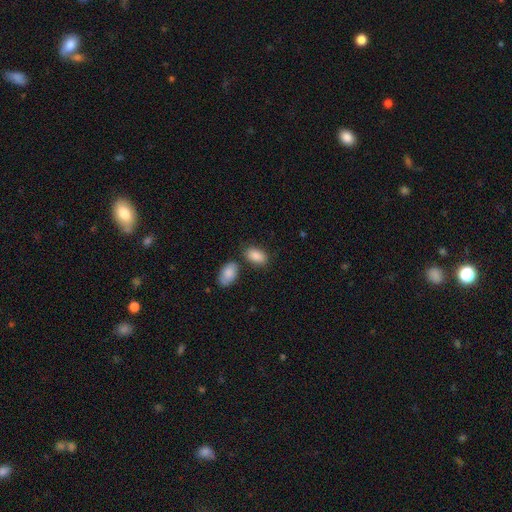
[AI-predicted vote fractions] The model was most divided on "merging": none: 70%, minor disturbance: 14%, merger: 13%, major disturbance: 4%. More confident: how rounded — in between (93%); smooth or featured — smooth (88%).